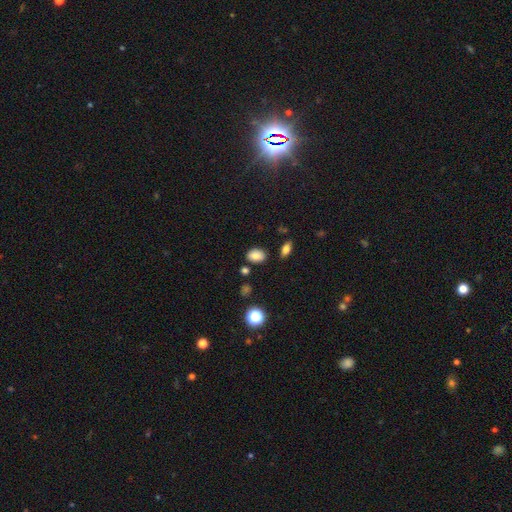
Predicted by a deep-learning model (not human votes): This is clearly a smooth galaxy (81%). How rounded: likely in between (79%). Merging: clearly none (82%).